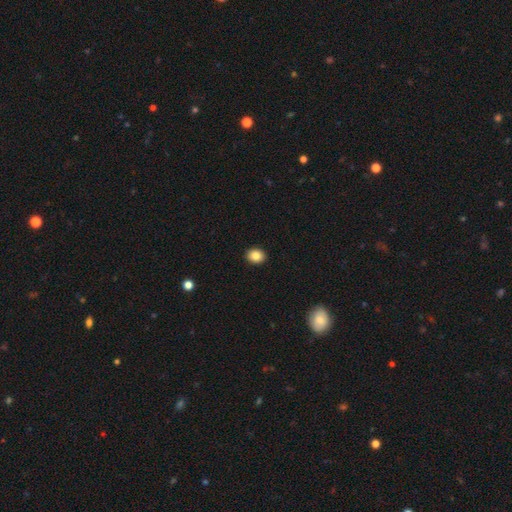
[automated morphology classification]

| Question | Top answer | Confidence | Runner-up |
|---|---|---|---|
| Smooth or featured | smooth | 85% | star or artifact (9%) |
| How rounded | round | 54% | in between (45%) |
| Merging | none | 92% | minor disturbance (6%) |